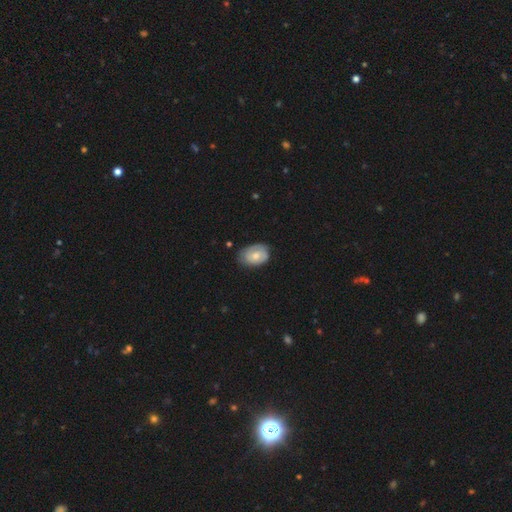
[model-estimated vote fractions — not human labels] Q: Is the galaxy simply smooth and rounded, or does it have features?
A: smooth — 59%.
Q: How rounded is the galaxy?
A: in between — 82%.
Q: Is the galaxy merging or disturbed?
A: none — 61%.